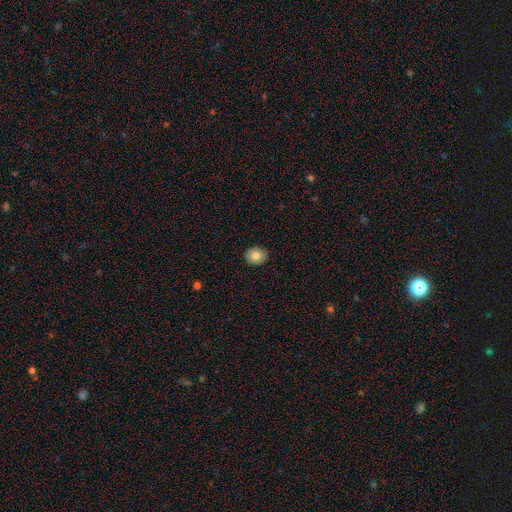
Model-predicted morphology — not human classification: This appears to be a smooth galaxy with no disk features (81%) that is round (68%). Merging: none (90%).